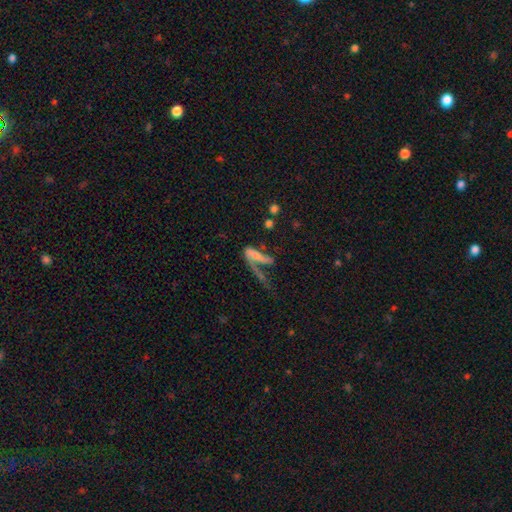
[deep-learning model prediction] This appears to be a featured or disk galaxy (47%). Merging: major disturbance (46%).